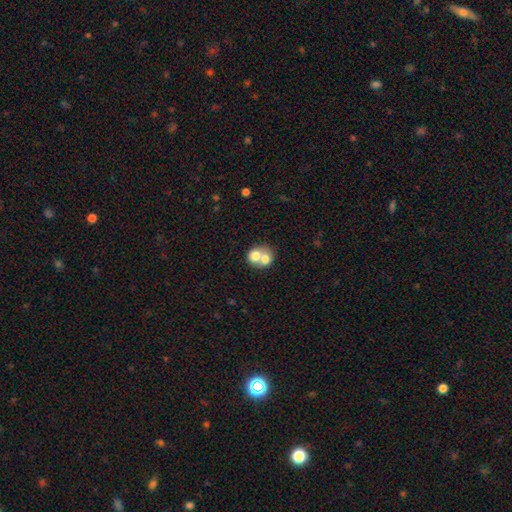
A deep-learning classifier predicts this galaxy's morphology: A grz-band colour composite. It shows a smooth galaxy with no disk features (68%) that is round (66%). Merging: merger (69%).